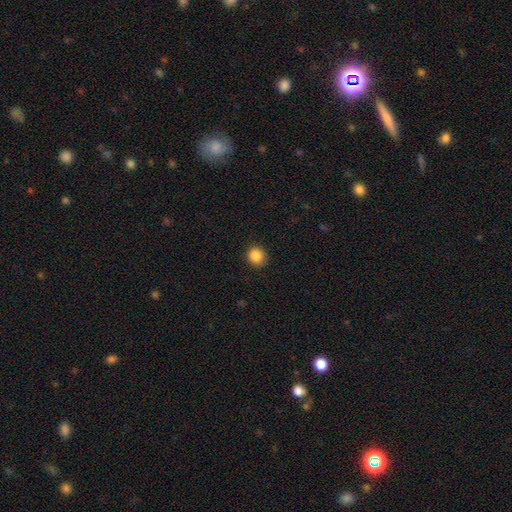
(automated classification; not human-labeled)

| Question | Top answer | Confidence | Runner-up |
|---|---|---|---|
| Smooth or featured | smooth | 87% | star or artifact (10%) |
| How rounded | round | 88% | in between (11%) |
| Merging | none | 88% | minor disturbance (9%) |